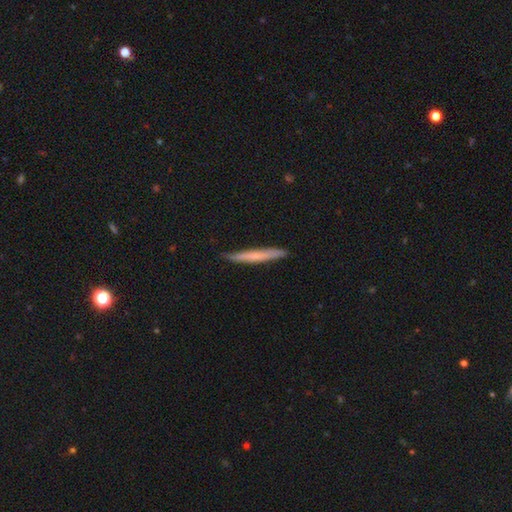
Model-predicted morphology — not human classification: smooth_or_featured: smooth (p=0.59) [alt: featured or disk p=0.35]
how_rounded: cigar-shaped (p=0.96) [alt: in between p=0.02]
merging: none (p=0.87) [alt: minor disturbance p=0.10]